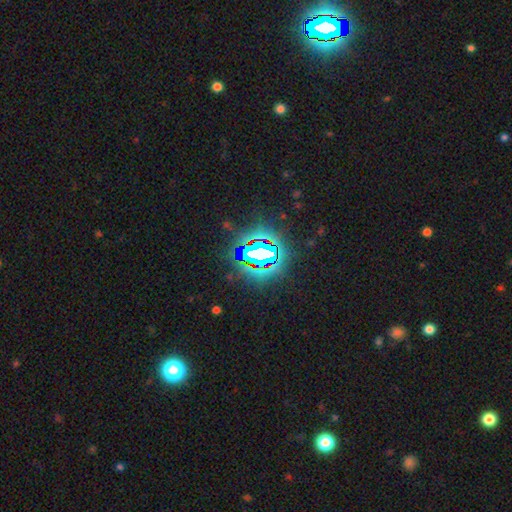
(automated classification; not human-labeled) star or artifact 80%, smooth 11%, featured or disk 9%.